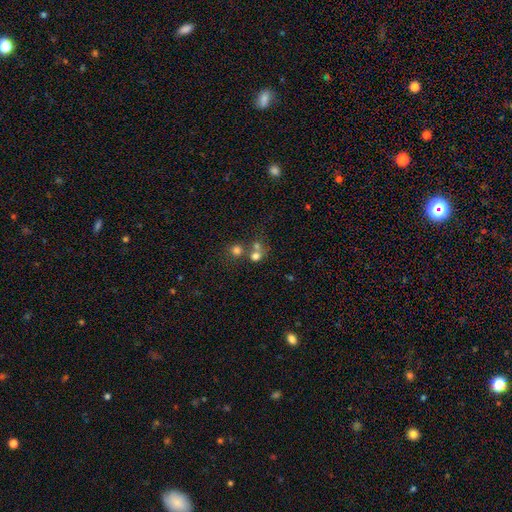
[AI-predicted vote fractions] A smooth galaxy with no disk features (69%) that is round (83%). Merging: merger (46%).